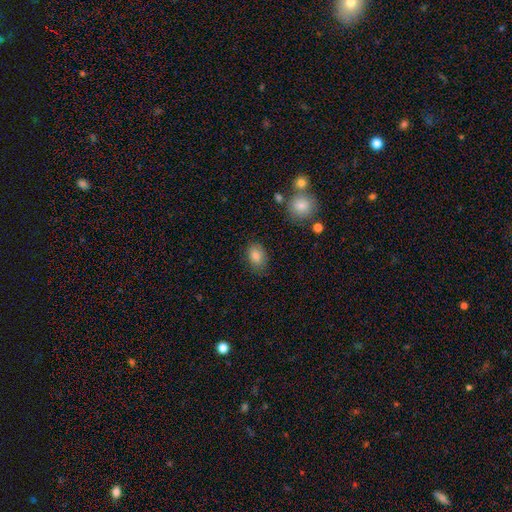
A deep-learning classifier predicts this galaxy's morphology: Smooth or featured? Predicted: smooth (p=0.84). How rounded? Predicted: in between (p=0.79). Merging? Predicted: none (p=0.78).